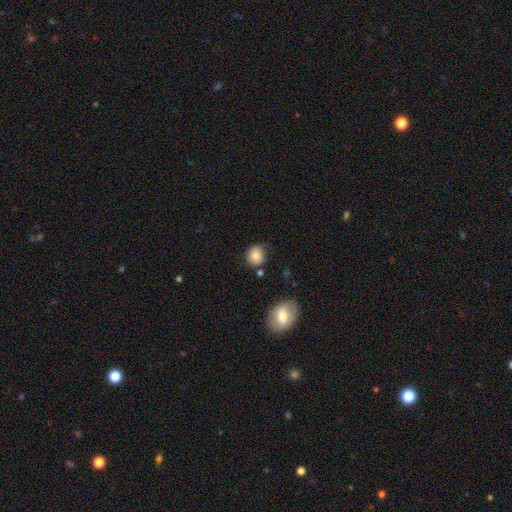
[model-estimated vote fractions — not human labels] The model was most divided on "merging": none: 72%, minor disturbance: 18%, merger: 5%, major disturbance: 4%. More confident: how rounded — round (81%); smooth or featured — smooth (78%).